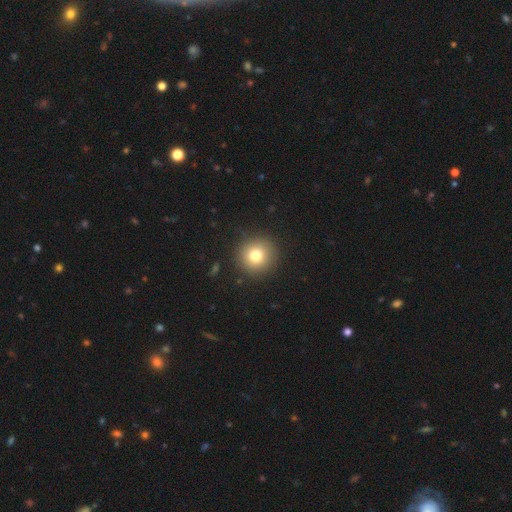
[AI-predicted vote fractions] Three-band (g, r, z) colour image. It shows a smooth galaxy with no disk features (79%) that is round (94%). Merging: none (90%).